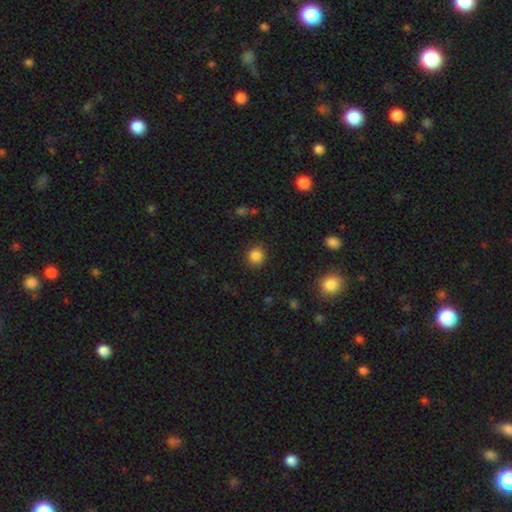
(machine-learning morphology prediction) This is clearly a smooth galaxy (85%). How rounded: clearly round (91%). Merging: clearly none (90%).